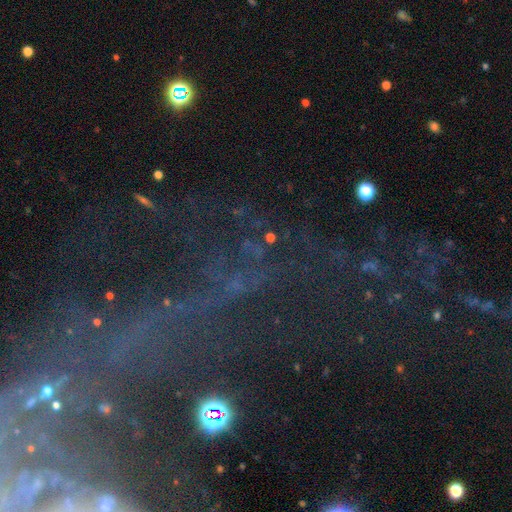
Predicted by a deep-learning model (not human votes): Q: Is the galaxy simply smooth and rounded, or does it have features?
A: star or artifact — 59%.